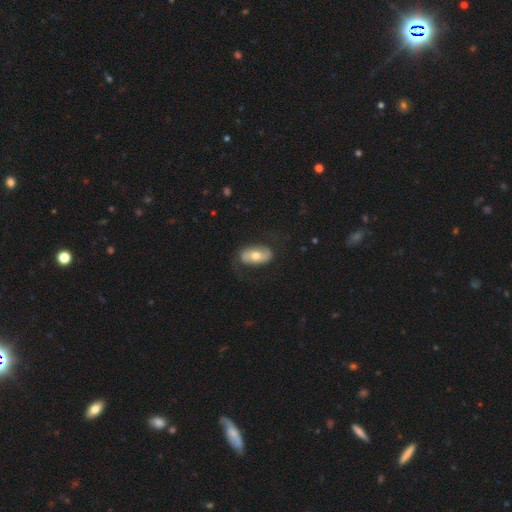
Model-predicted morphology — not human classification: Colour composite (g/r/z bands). It shows a featured or disk galaxy (52%). Merging: none (72%).